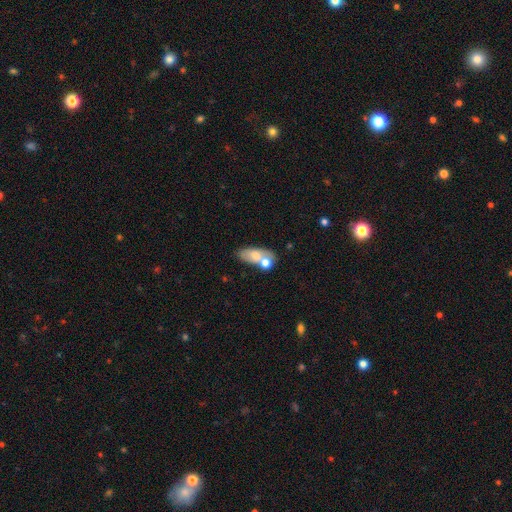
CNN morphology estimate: Overall: smooth (67%). How rounded: in between (81%). Merging: merger (40%; none 38%).